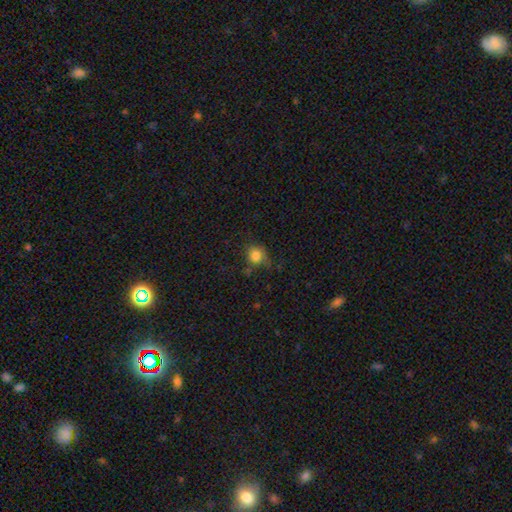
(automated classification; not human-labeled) Overall: smooth (81%). How rounded: round (66%; in between 33%). Merging: none (55%; minor disturbance 28%).